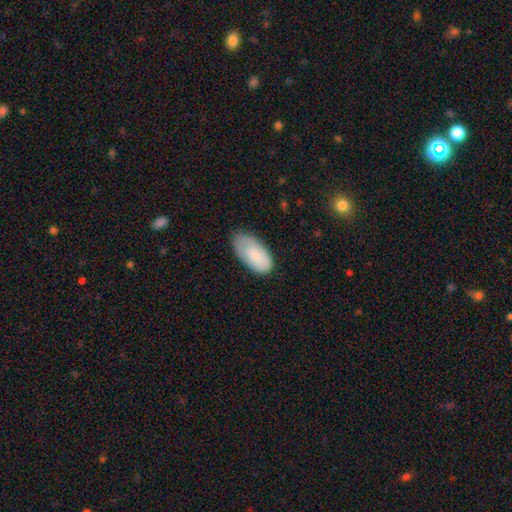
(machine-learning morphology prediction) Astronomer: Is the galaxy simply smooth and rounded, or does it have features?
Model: smooth — 82%.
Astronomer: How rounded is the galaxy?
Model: in between — 95%.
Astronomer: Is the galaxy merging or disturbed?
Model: none — 68%.